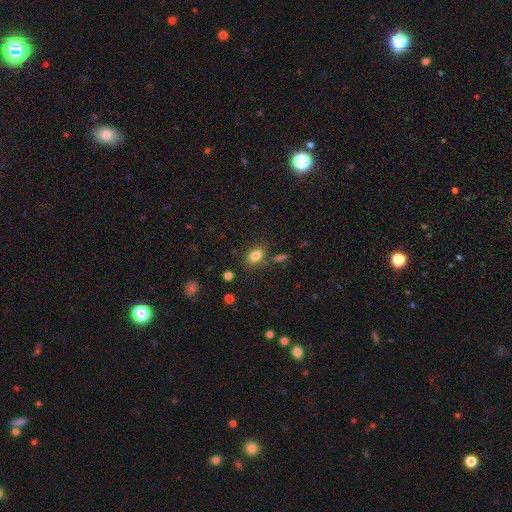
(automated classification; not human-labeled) This appears to be a smooth galaxy with no disk features (83%) that is in between round and cigar-shaped (70%). Merging: none (75%).